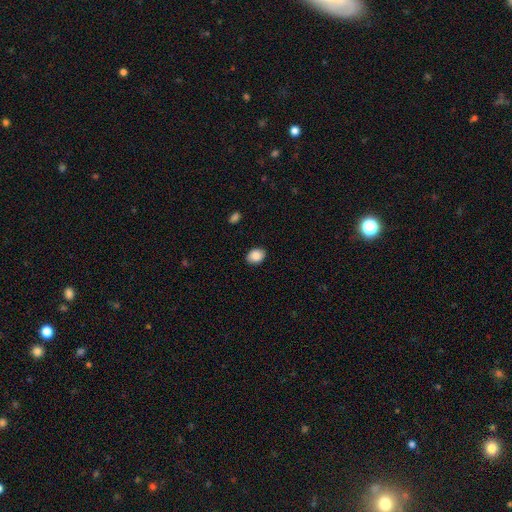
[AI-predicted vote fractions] Smooth or featured? smooth (87%)
How rounded? in between (64%)
Merging? none (88%)